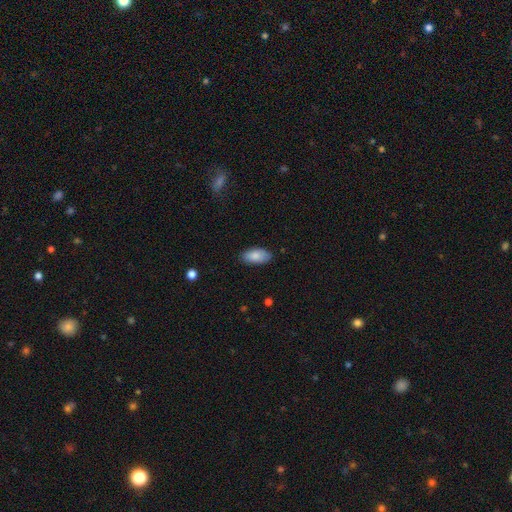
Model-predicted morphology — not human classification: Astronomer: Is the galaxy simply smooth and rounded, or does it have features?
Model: smooth — 86%.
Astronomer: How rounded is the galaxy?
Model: in between — 93%.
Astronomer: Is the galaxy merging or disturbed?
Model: none — 85%.